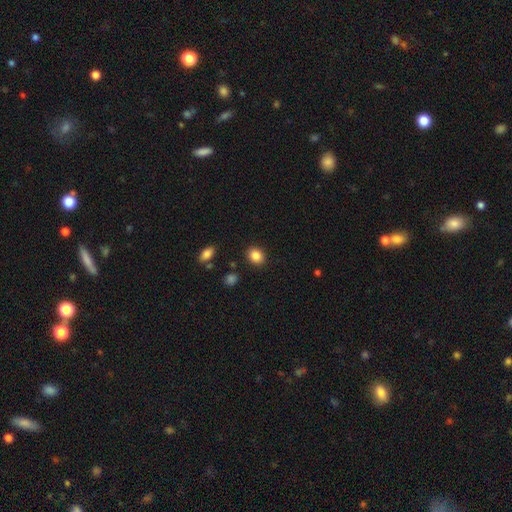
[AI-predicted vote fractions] Overall: smooth (86%). How rounded: round (59%; in between 40%). Merging: none (89%).